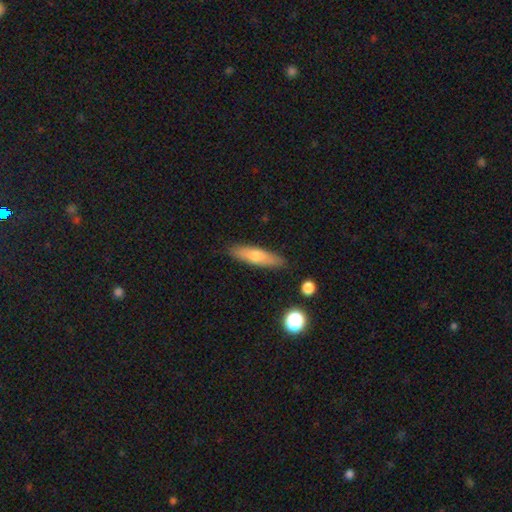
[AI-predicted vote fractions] This is likely a smooth galaxy (64%). How rounded: likely cigar-shaped (72%). Merging: clearly none (86%).